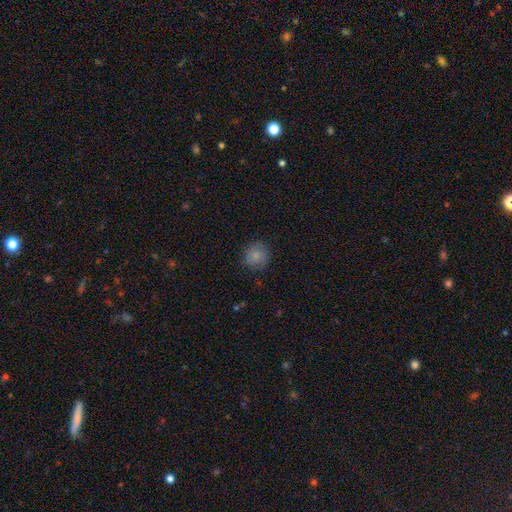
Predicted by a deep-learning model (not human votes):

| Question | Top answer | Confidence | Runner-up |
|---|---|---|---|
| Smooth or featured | smooth | 82% | featured or disk (9%) |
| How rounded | round | 90% | in between (9%) |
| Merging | none | 81% | minor disturbance (14%) |